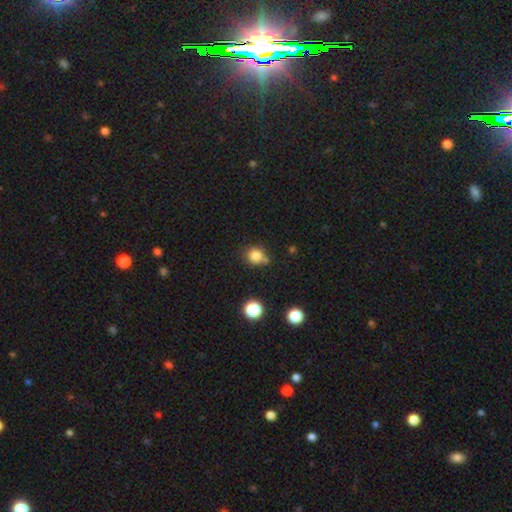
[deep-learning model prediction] Q: Smooth or featured?
A: smooth (82%); runner-up: star or artifact (13%)
Q: How rounded?
A: round (84%); runner-up: in between (16%)
Q: Merging?
A: none (67%); runner-up: minor disturbance (17%)